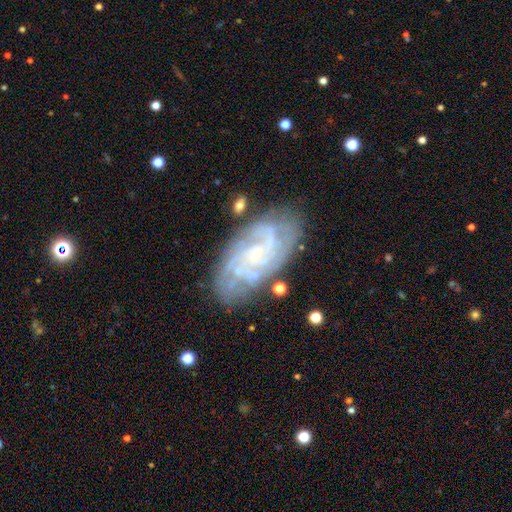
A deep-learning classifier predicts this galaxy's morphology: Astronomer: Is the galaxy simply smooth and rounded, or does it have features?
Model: featured or disk — 83%.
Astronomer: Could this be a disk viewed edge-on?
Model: no — 95%.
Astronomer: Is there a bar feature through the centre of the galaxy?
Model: no — 60%.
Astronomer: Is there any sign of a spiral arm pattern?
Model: yes — 95%.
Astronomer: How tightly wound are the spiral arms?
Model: tight — 61%.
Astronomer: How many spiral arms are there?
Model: can't tell — 32% (runner-up: 3, 20%).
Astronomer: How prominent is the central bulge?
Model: small — 68%.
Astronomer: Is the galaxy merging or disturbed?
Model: none — 75%.